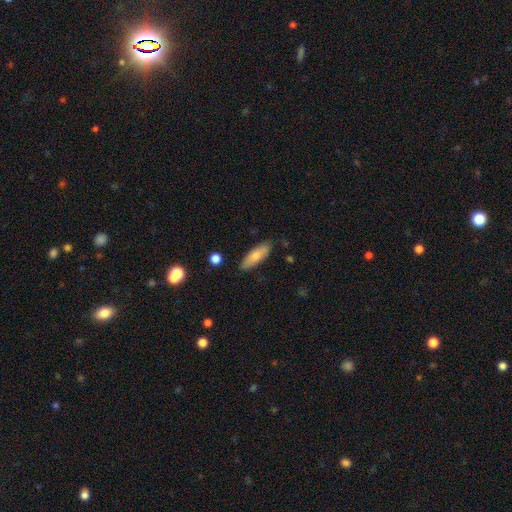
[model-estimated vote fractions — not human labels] This is likely a smooth galaxy (73%). How rounded: possibly in between (55%). Merging: clearly none (85%).